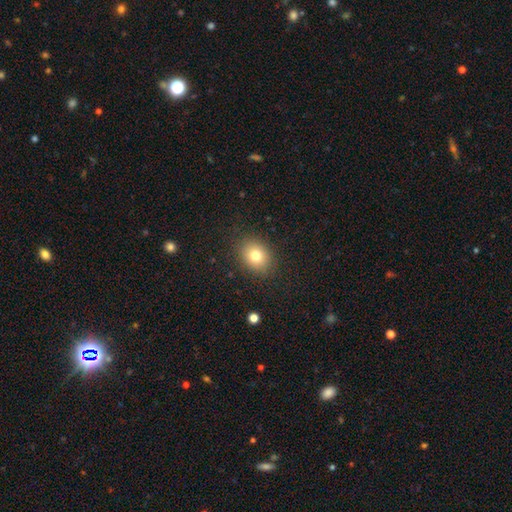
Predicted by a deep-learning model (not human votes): Smooth or featured?
  - smooth: 78% *
  - star or artifact: 12%
  - featured or disk: 10%
How rounded?
  - round: 52% *
  - in between: 47%
  - cigar-shaped: 1%
Merging?
  - none: 87% *
  - minor disturbance: 9%
  - major disturbance: 3%
  - merger: 1%